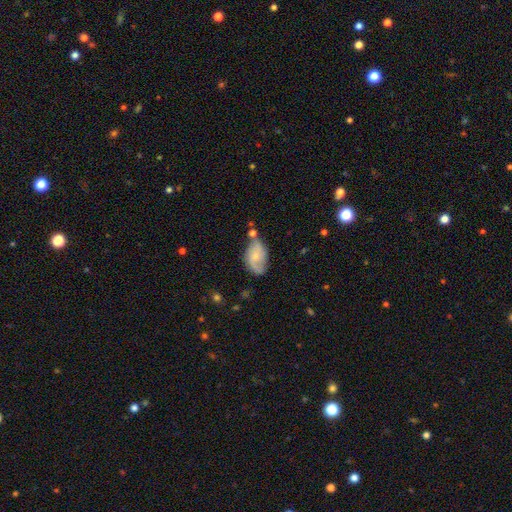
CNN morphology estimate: type=featured or disk (50%); edge-on=no (96%); merging=none (48%).